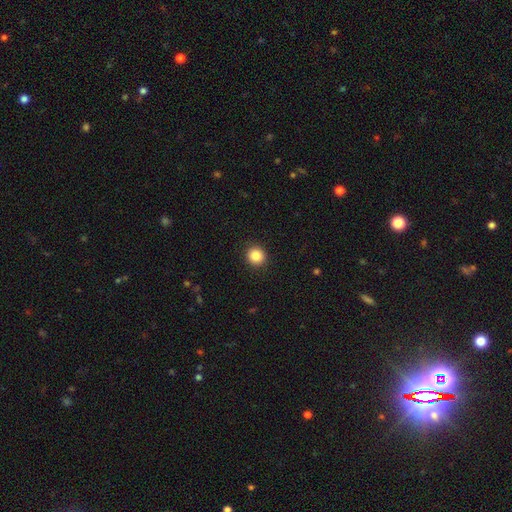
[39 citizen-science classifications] A smooth galaxy with no disk features (95%) that is round (100%).

Vote fractions:
- Smooth or featured? smooth: 95% / featured or disk: 5% / star or artifact: 0%
- How rounded? round: 100% / in between: 0% / cigar-shaped: 0%
- Merging? none: 95% / minor disturbance: 3% / major disturbance: 3% / merger: 0%